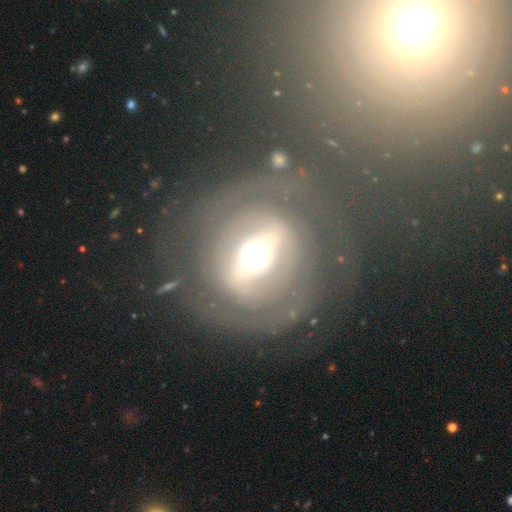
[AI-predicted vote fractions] A featured or disk galaxy (63%) with a strong bar (48%), no spiral arms (69%) and a moderate central bulge (53%).

Vote fractions:
- Smooth or featured? featured or disk: 63% / smooth: 27% / star or artifact: 10%
- Edge-on disk? no: 89% / yes: 11%
- Bar? strong: 48% / no: 27% / weak: 25%
- Spiral arms? no: 69% / yes: 31%
- Bulge size? moderate: 53% / large: 30% / dominant: 8% / small: 7% / none: 1%
- Merging? none: 68% / major disturbance: 16% / minor disturbance: 13% / merger: 3%